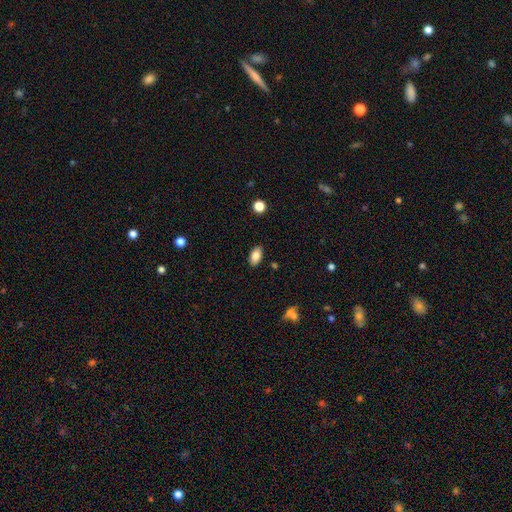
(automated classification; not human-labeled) Smooth or featured? smooth (83%)
How rounded? in between (92%)
Merging? none (87%)